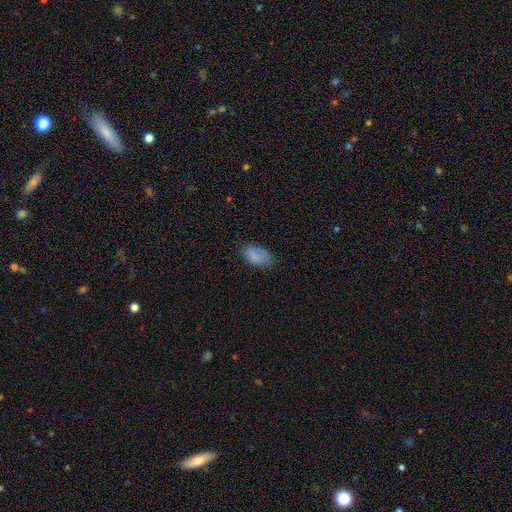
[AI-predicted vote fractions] A smooth galaxy with no disk features (79%) that is in between round and cigar-shaped (92%). Merging: none (61%).